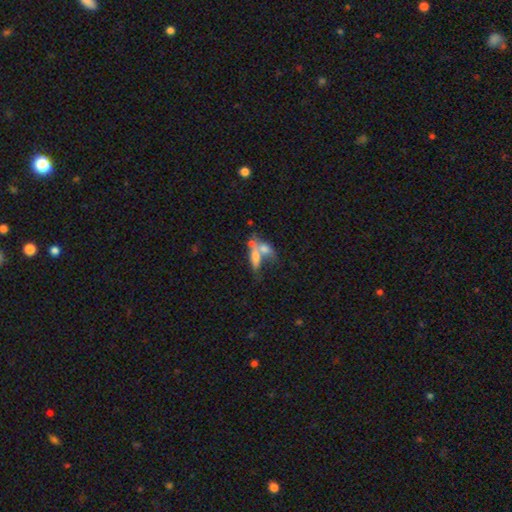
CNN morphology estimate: The model was most divided on "smooth or featured": smooth: 60%, featured or disk: 30%, star or artifact: 10%. More confident: how rounded — in between (66%); merging — merger (60%).